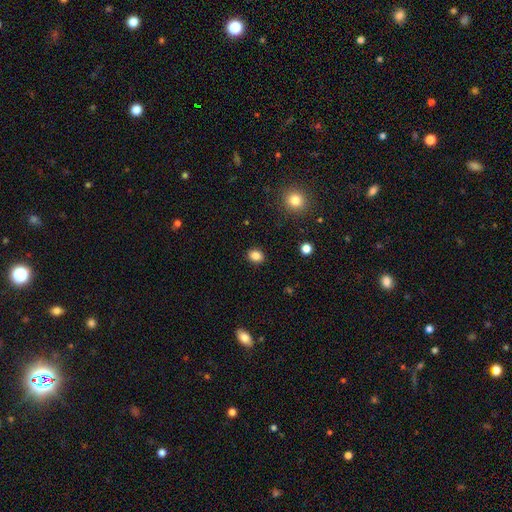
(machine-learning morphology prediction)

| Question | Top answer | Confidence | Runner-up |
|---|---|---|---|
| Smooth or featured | smooth | 84% | star or artifact (11%) |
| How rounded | round | 53% | in between (46%) |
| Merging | none | 90% | minor disturbance (7%) |